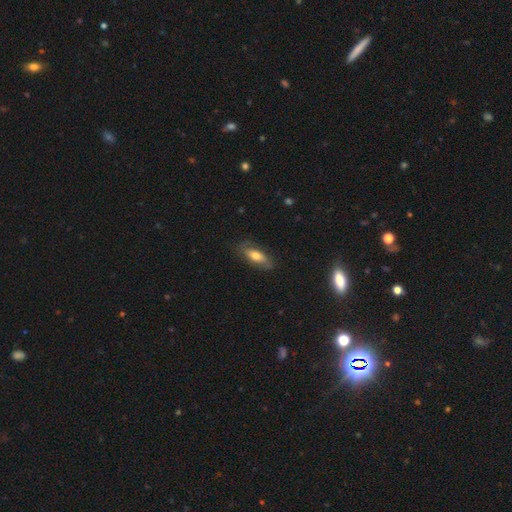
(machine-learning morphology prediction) type=smooth (61%); roundness=in between (71%); merging=none (76%).